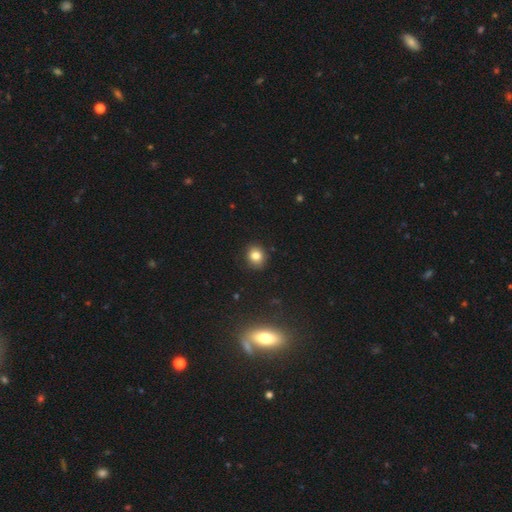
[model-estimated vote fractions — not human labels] This is clearly a smooth galaxy (80%). How rounded: likely round (69%). Merging: clearly none (88%).